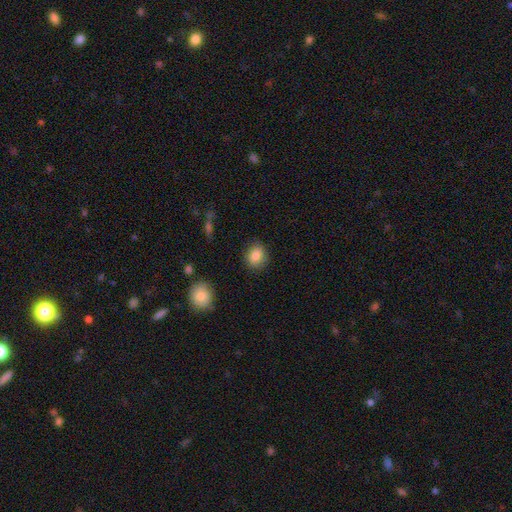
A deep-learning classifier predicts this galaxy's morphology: A smooth galaxy with no disk features (84%) that is round (65%).

Vote fractions:
- Smooth or featured? smooth: 84% / star or artifact: 9% / featured or disk: 7%
- How rounded? round: 65% / in between: 34% / cigar-shaped: 1%
- Merging? none: 87% / minor disturbance: 9% / major disturbance: 2% / merger: 1%